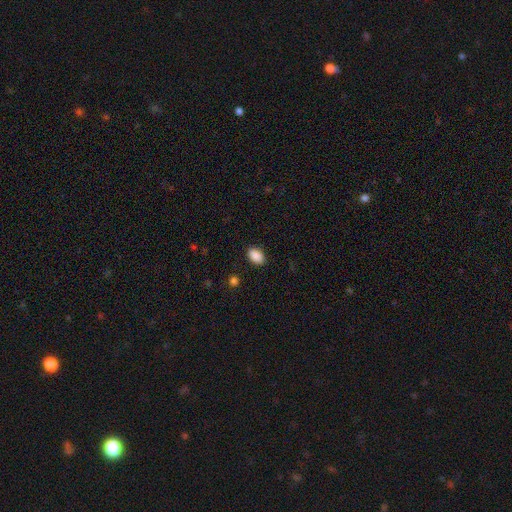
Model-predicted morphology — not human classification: A smooth galaxy with no disk features (89%) that is in between round and cigar-shaped (87%). Merging: none (88%).